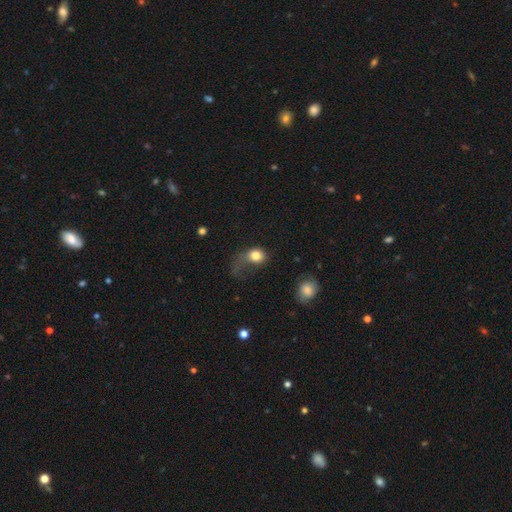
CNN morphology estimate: The model was most divided on "merging": major disturbance: 53%, none: 24%, minor disturbance: 18%, merger: 5%. More confident: smooth or featured — smooth (76%); how rounded — round (64%).